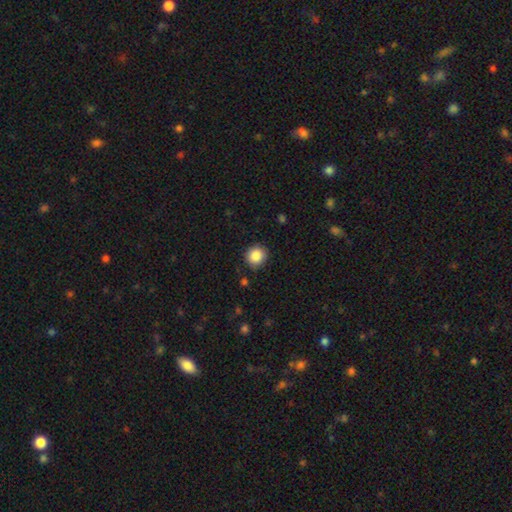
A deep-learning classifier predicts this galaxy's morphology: This appears to be a smooth galaxy with no disk features (87%) that is round (89%). Merging: none (87%).